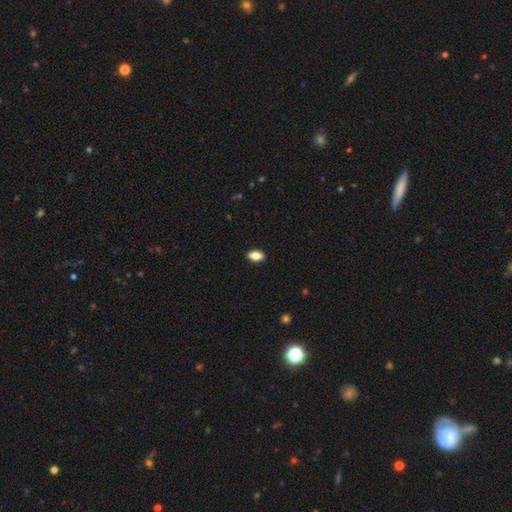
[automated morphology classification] This appears to be a smooth galaxy with no disk features (82%) that is in between round and cigar-shaped (89%). Merging: none (90%).